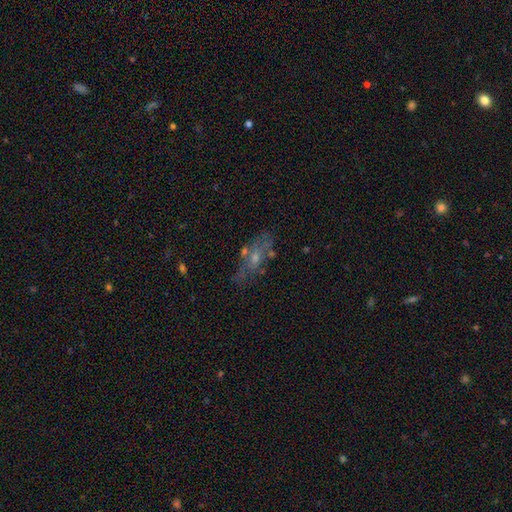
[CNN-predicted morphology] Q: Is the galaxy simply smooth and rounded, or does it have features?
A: featured or disk — 50%.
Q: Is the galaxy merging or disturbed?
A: none — 60%.